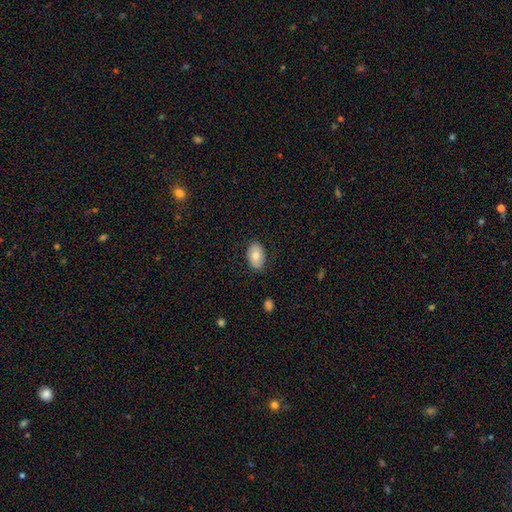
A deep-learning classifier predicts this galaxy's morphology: Smooth or featured: smooth — 72% (featured or disk — 21%)
How rounded: in between — 89% (round — 10%)
Merging: none — 82% (minor disturbance — 14%)